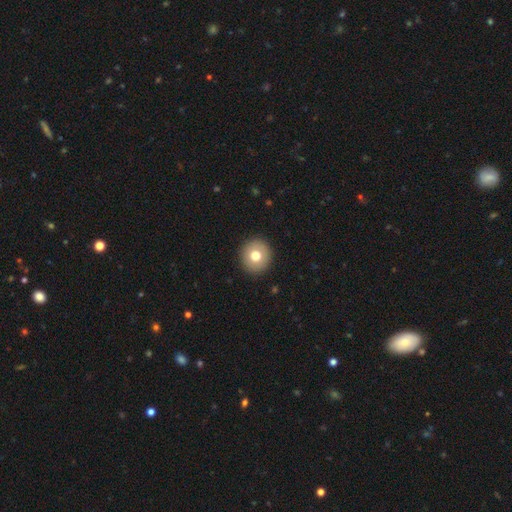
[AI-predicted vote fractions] smooth_or_featured: smooth (p=0.74) [alt: featured or disk p=0.17]
how_rounded: round (p=0.91) [alt: in between p=0.08]
merging: none (p=0.92) [alt: minor disturbance p=0.05]